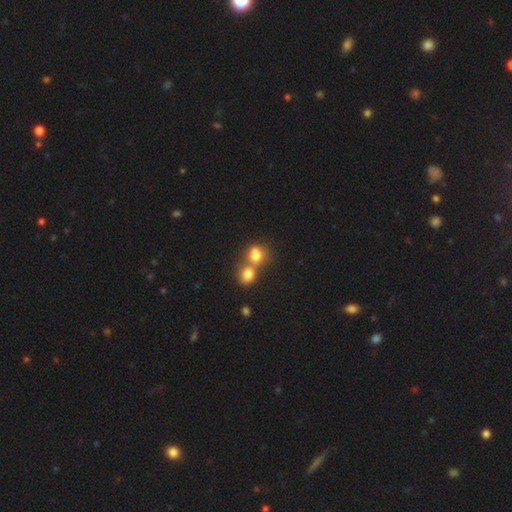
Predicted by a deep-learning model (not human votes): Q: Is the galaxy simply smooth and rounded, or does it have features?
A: smooth — 75%.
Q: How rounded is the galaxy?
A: round — 60%.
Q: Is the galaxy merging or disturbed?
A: merger — 63%.